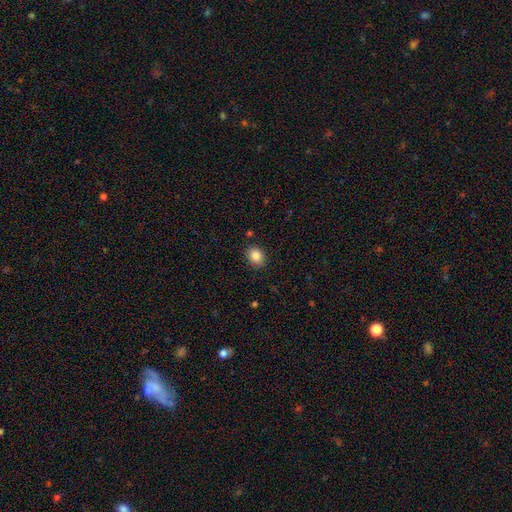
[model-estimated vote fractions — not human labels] This is clearly a smooth galaxy (86%). How rounded: possibly round (53%). Merging: clearly none (87%).